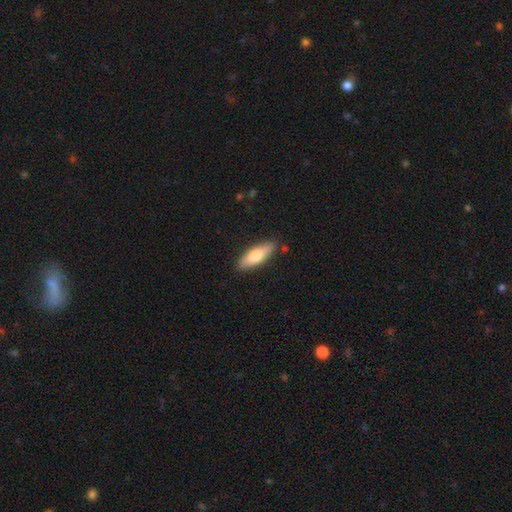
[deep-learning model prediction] A smooth galaxy with no disk features (73%) that is in between round and cigar-shaped (51%).

Vote fractions:
- Smooth or featured? smooth: 73% / featured or disk: 22% / star or artifact: 5%
- How rounded? in between: 51% / cigar-shaped: 47% / round: 2%
- Merging? none: 85% / minor disturbance: 11% / major disturbance: 2% / merger: 2%